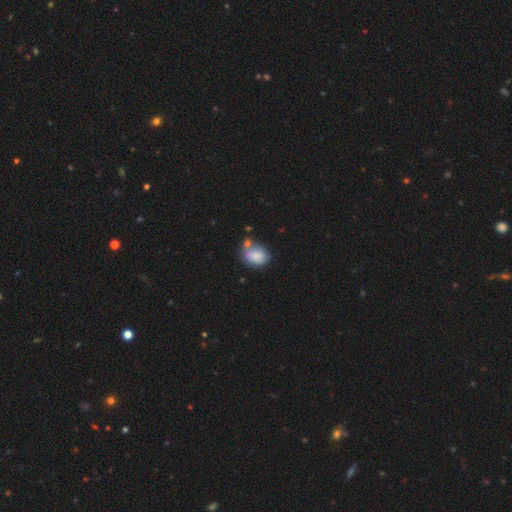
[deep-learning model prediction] smooth_or_featured: smooth (p=0.74) [alt: featured or disk p=0.18]
how_rounded: in between (p=0.63) [alt: round p=0.35]
merging: none (p=0.43) [alt: merger p=0.27]